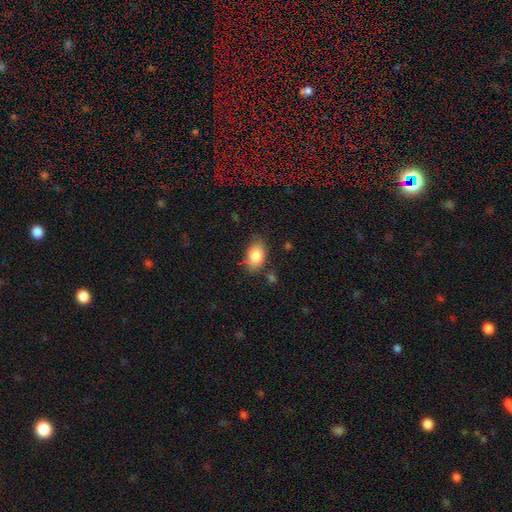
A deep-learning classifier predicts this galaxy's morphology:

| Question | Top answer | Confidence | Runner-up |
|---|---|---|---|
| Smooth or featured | smooth | 85% | featured or disk (8%) |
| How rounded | in between | 87% | round (11%) |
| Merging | none | 76% | minor disturbance (18%) |